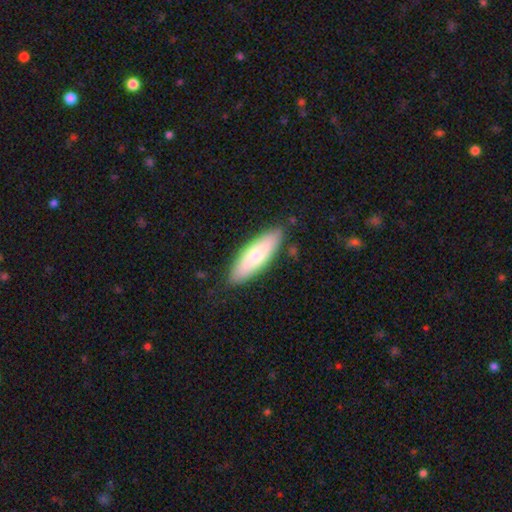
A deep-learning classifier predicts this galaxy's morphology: type=smooth (70%); roundness=cigar-shaped (50%); merging=none (85%).